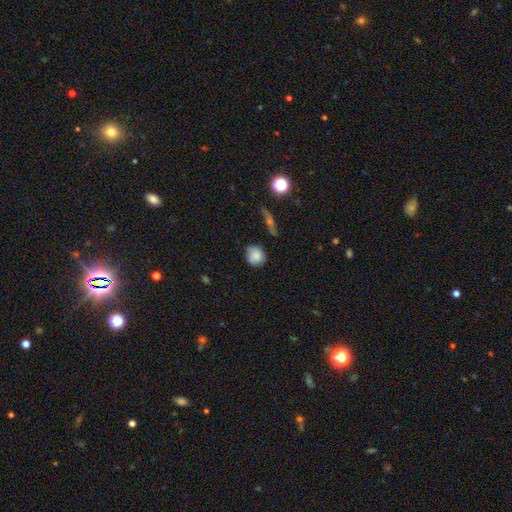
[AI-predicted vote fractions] smooth 78%, featured or disk 13%, star or artifact 9%. Down the decision tree: how rounded — round (79%); merging — none (64%).